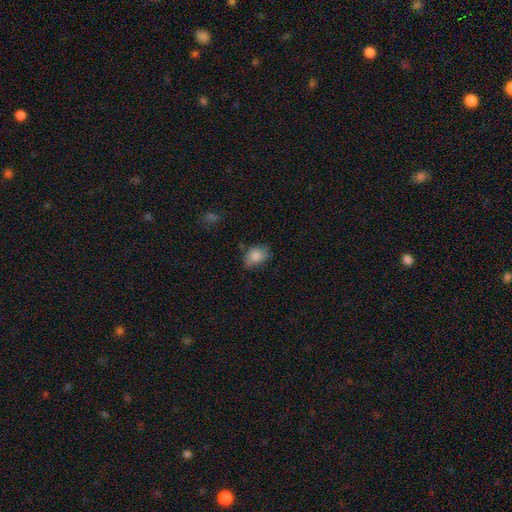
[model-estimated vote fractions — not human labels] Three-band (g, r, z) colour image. It shows a smooth galaxy with no disk features (84%) that is in between round and cigar-shaped (71%). Merging: none (65%).